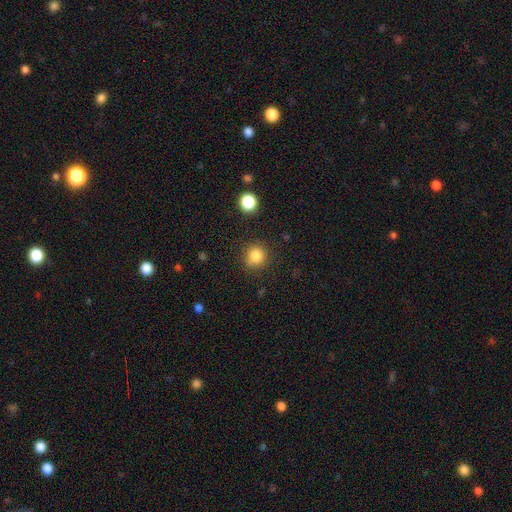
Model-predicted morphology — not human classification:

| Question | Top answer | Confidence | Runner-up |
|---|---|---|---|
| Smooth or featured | smooth | 84% | star or artifact (11%) |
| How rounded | round | 87% | in between (12%) |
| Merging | none | 85% | minor disturbance (10%) |